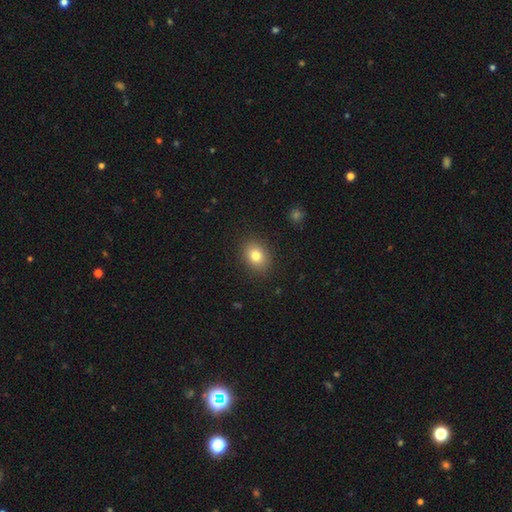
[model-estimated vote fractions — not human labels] smooth_or_featured: smooth (p=0.81) [alt: star or artifact p=0.10]
how_rounded: in between (p=0.55) [alt: round p=0.44]
merging: none (p=0.89) [alt: minor disturbance p=0.08]